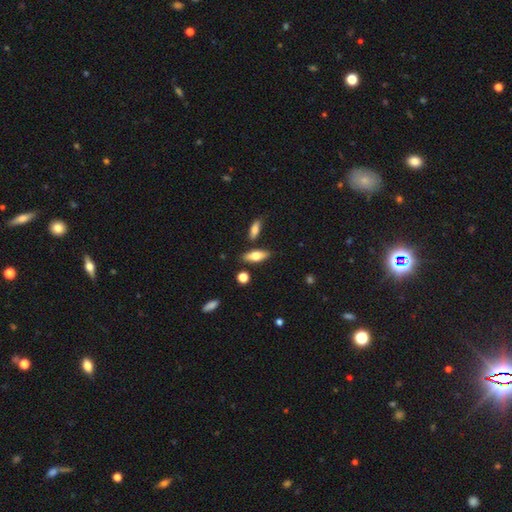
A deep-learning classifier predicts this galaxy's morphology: Overall: smooth (68%). How rounded: in between (68%; cigar-shaped 29%). Merging: none (79%).